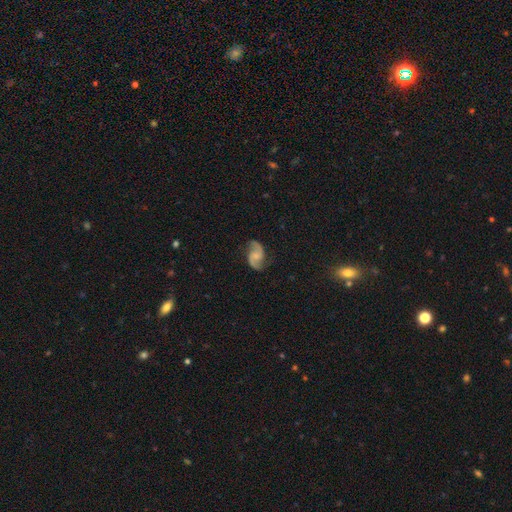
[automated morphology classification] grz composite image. It shows a featured or disk galaxy (85%) with no bar (54%), 2 (94%) loose (49%) spiral arms (97%) and no central bulge (39%). Merging: none (79%).